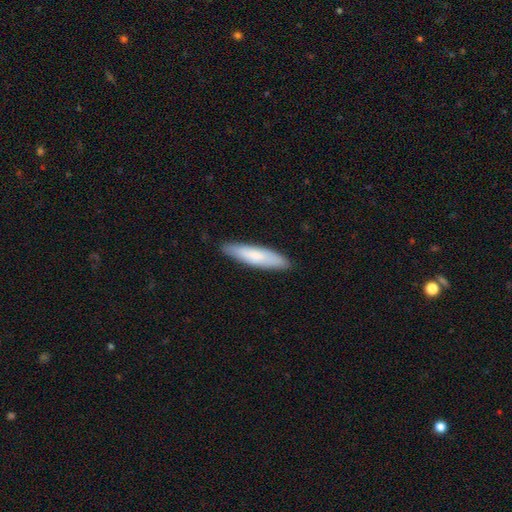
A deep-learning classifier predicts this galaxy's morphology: Smooth or featured? smooth (72%)
How rounded? cigar-shaped (77%)
Merging? none (88%)